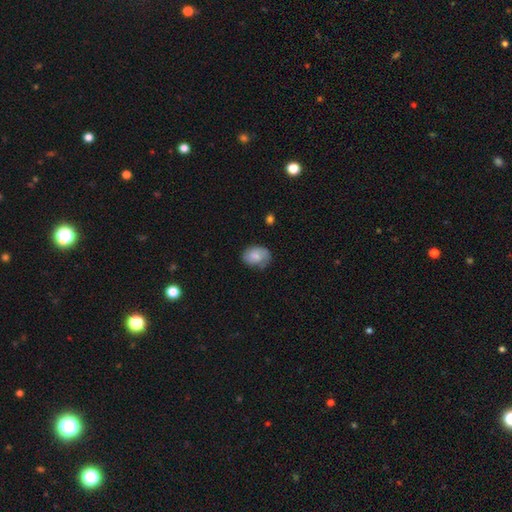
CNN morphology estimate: The model was most divided on "smooth or featured": smooth: 61%, featured or disk: 31%, star or artifact: 8%. More confident: how rounded — in between (70%); merging — none (64%).